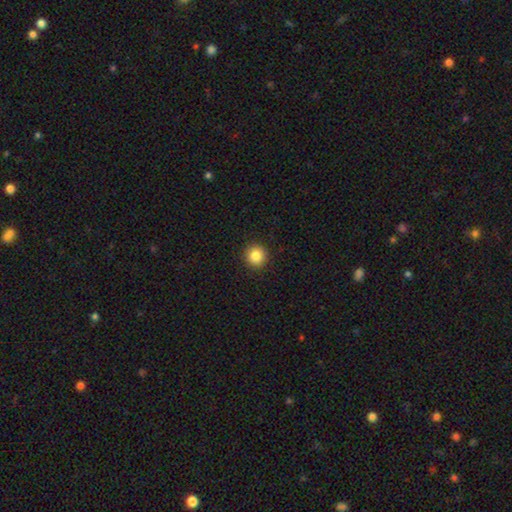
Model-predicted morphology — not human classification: This appears to be a smooth galaxy with no disk features (85%) that is round (93%). Merging: none (92%).